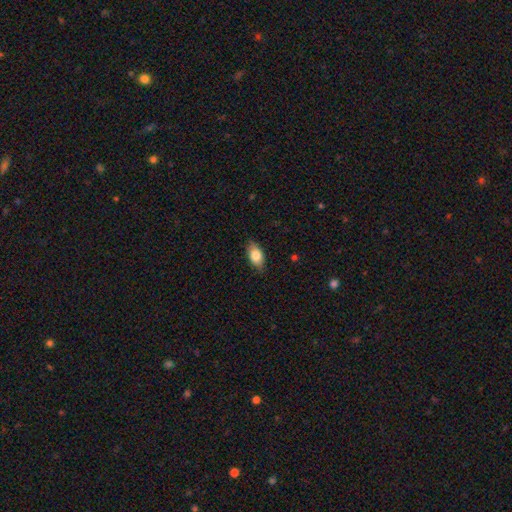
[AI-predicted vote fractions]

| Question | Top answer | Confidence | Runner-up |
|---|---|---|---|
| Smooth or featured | smooth | 80% | featured or disk (13%) |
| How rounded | in between | 89% | round (6%) |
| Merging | none | 83% | minor disturbance (13%) |